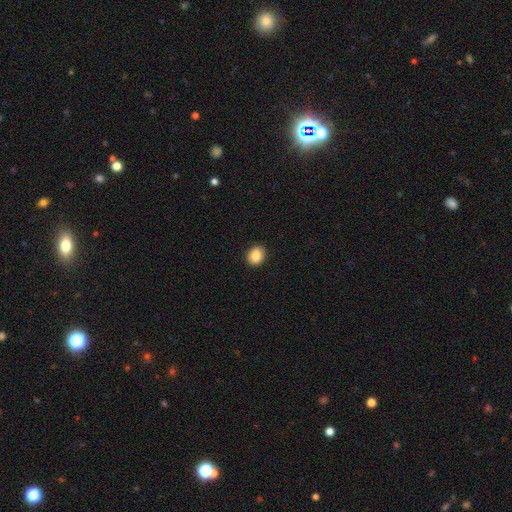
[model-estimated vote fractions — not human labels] A smooth galaxy with no disk features (87%) that is in between round and cigar-shaped (52%).

Vote fractions:
- Smooth or featured? smooth: 87% / star or artifact: 8% / featured or disk: 5%
- How rounded? in between: 52% / round: 47% / cigar-shaped: 1%
- Merging? none: 90% / minor disturbance: 8% / major disturbance: 2% / merger: 1%